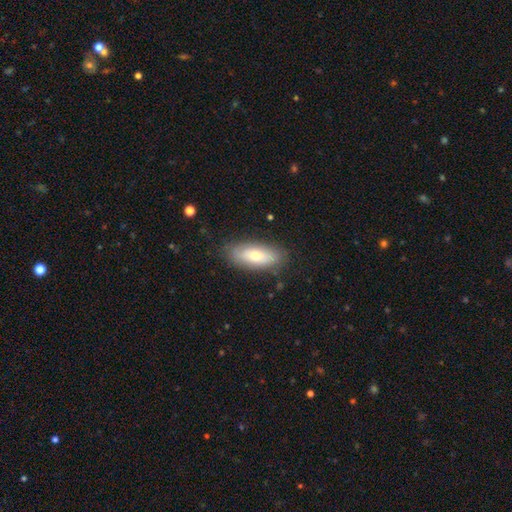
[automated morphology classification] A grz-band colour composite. It shows a smooth galaxy with no disk features (65%) that is in between round and cigar-shaped (80%). Merging: none (84%).